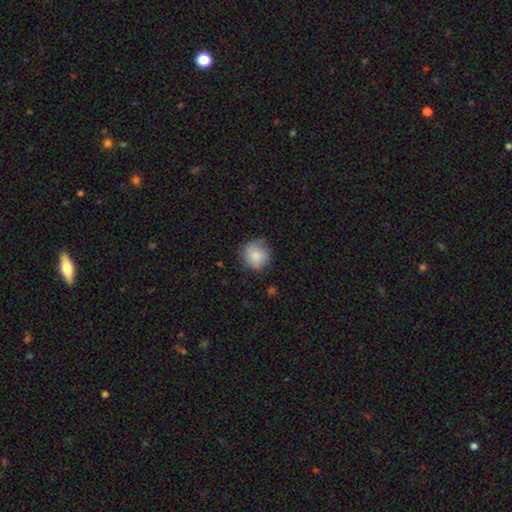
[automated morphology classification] type=smooth (84%); roundness=round (88%); merging=none (69%).